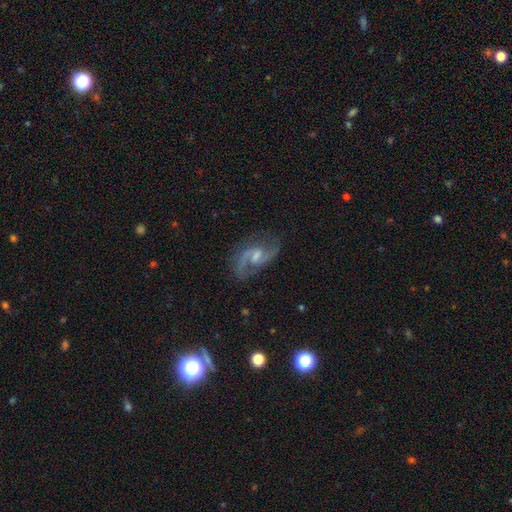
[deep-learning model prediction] Smooth or featured? Predicted: featured or disk (p=0.88). Edge-on disk? Predicted: no (p=0.97). Bar? Predicted: weak (p=0.56). Spiral arms? Predicted: yes (p=0.97). Spiral winding? Predicted: medium (p=0.50). Spiral arm count? Predicted: 2 (p=0.90). Bulge size? Predicted: small (p=0.44). Merging? Predicted: none (p=0.75).